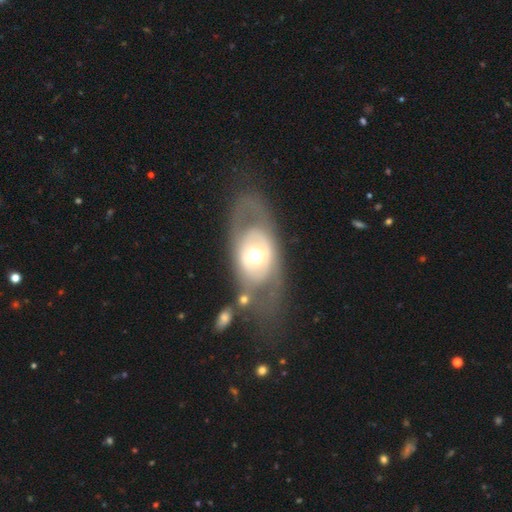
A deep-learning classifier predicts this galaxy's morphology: featured or disk 61%, smooth 32%, star or artifact 7%. Down the decision tree: edge-on disk — no (87%); bar — no (84%); spiral arms — no (83%); bulge size — moderate (62%); merging — none (65%).